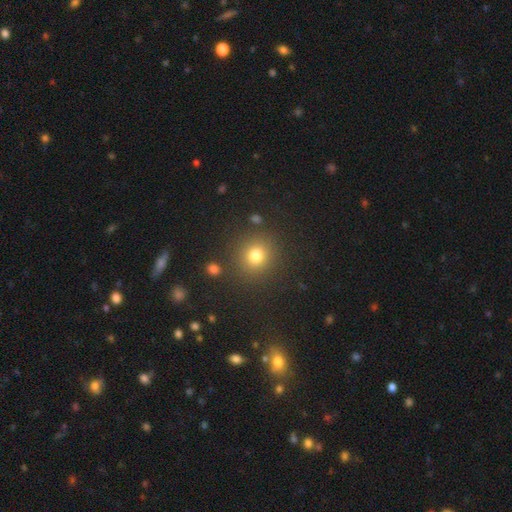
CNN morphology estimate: A smooth galaxy with no disk features (77%) that is round (87%). Merging: none (86%).